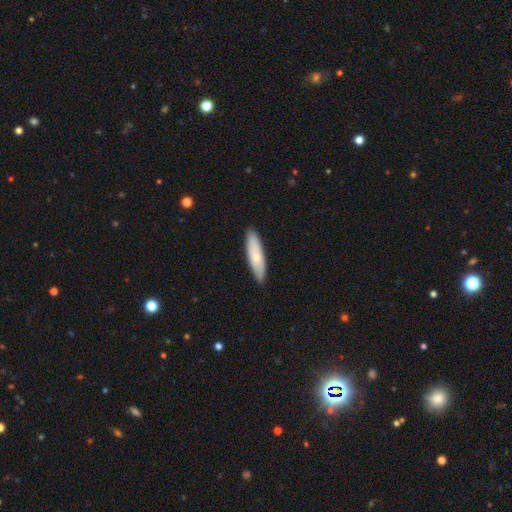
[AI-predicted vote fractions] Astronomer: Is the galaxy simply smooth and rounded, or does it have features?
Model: smooth — 65%.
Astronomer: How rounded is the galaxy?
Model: cigar-shaped — 65%.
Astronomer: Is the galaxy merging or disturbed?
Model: none — 88%.